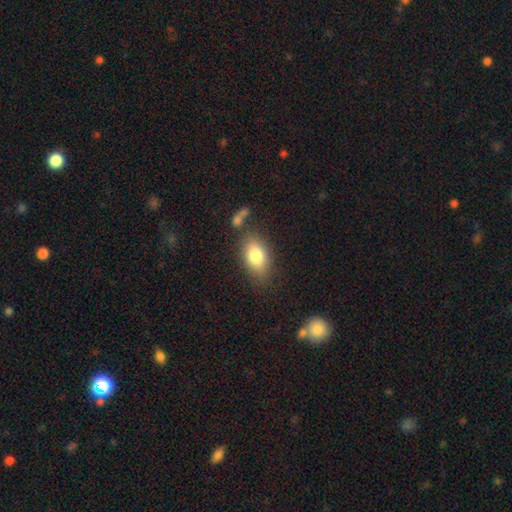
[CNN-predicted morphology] smooth-or-featured: smooth: 82% | featured or disk: 11% | star or artifact: 8%
  how-rounded: in between: 88% | round: 9% | cigar-shaped: 3%
  merging: none: 74% | minor disturbance: 15% | merger: 6% | major disturbance: 5%